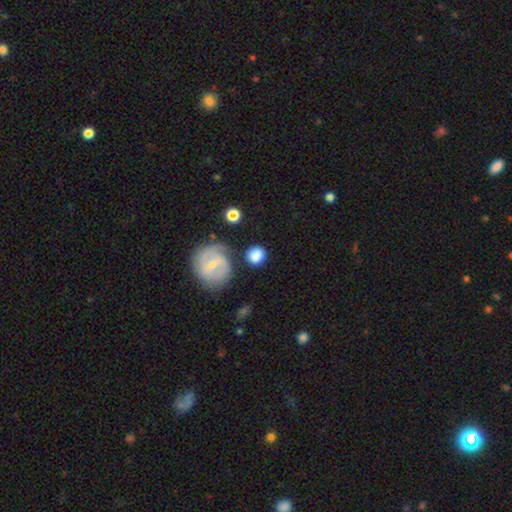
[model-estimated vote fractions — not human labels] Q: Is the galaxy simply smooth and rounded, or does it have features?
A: smooth — 76%.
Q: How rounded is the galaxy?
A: round — 86%.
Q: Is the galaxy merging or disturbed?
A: none — 74%.